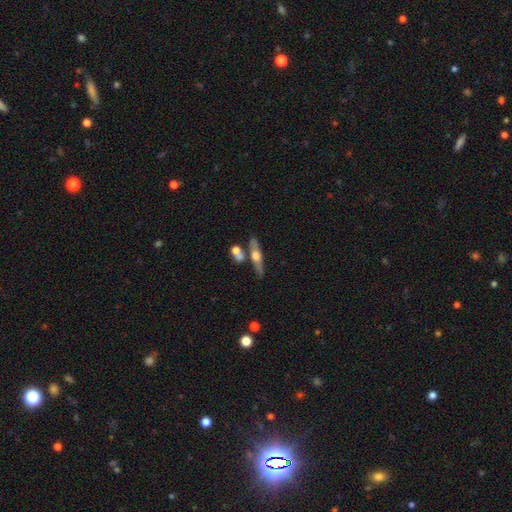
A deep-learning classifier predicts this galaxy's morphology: This is likely a featured or disk galaxy (61%). It is clearly viewed edge-on (89%). Edge-on bulge: clearly rounded (94%). Merging: likely none (68%).